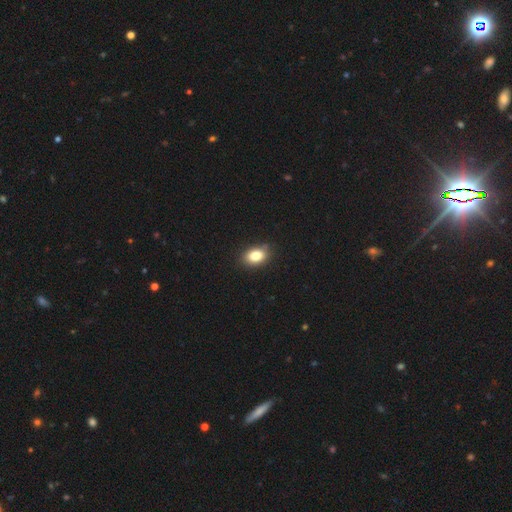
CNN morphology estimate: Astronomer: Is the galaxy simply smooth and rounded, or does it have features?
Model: smooth — 84%.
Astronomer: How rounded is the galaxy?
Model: in between — 81%.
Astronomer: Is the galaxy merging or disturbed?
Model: none — 85%.